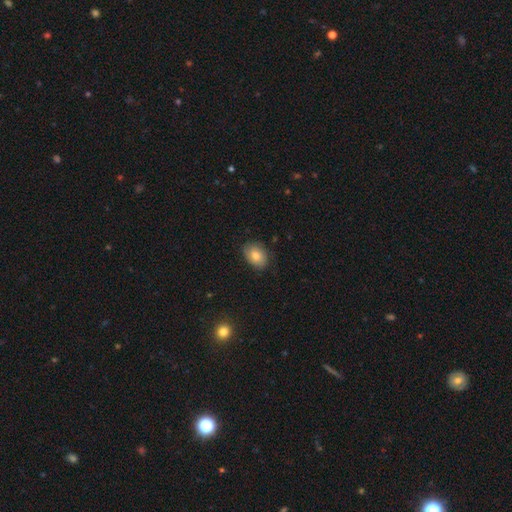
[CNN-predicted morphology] type=smooth (77%); roundness=in between (77%); merging=none (79%).